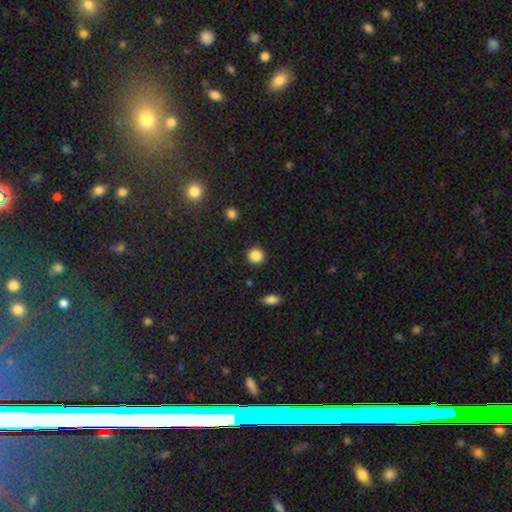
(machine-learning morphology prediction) Smooth or featured? Predicted: smooth (p=0.87). How rounded? Predicted: round (p=0.94). Merging? Predicted: none (p=0.91).